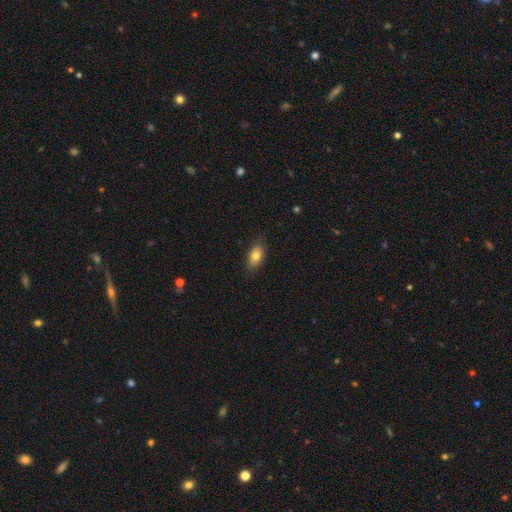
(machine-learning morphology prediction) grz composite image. It shows a smooth galaxy with no disk features (77%) that is in between round and cigar-shaped (87%). Merging: none (81%).